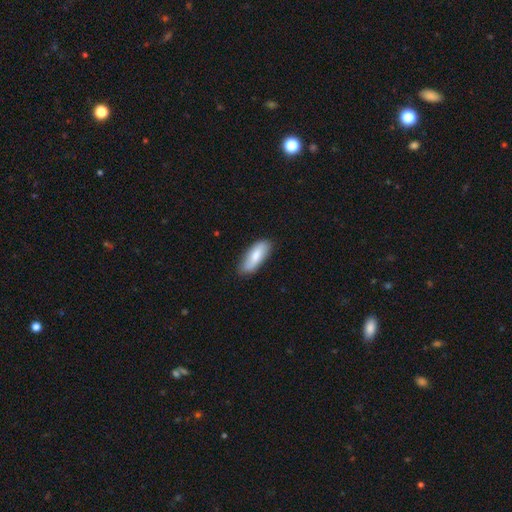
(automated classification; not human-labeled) This is likely a smooth galaxy (76%). How rounded: likely in between (78%). Merging: likely none (79%).